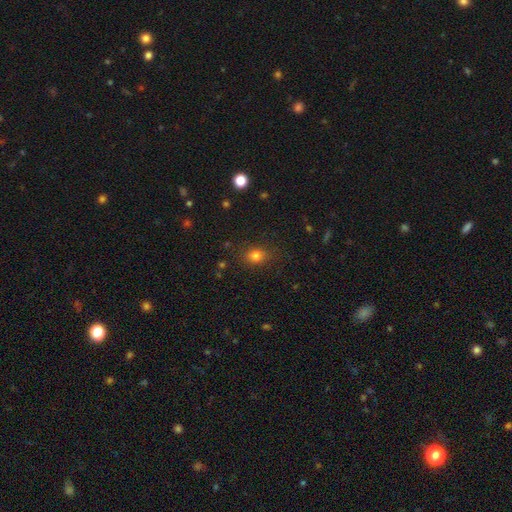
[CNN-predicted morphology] Smooth or featured? smooth (79%)
How rounded? round (58%)
Merging? none (84%)